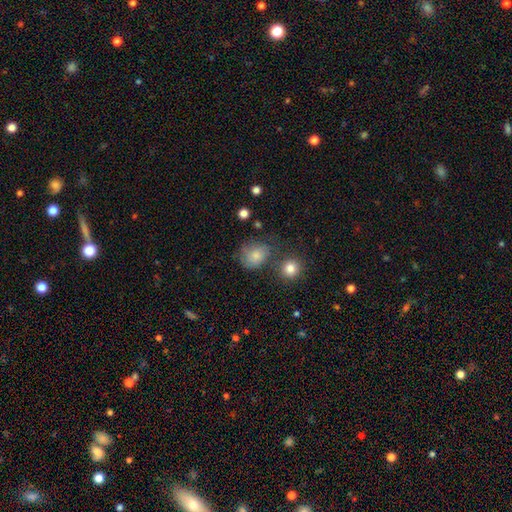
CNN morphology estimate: This is likely a smooth galaxy (77%). How rounded: possibly round (58%). Merging: possibly none (50%).